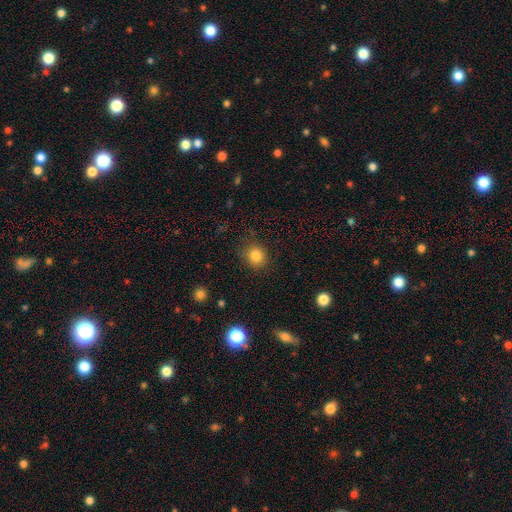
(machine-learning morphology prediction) Smooth or featured: smooth — 83% (star or artifact — 12%)
How rounded: round — 82% (in between — 18%)
Merging: none — 87% (minor disturbance — 9%)